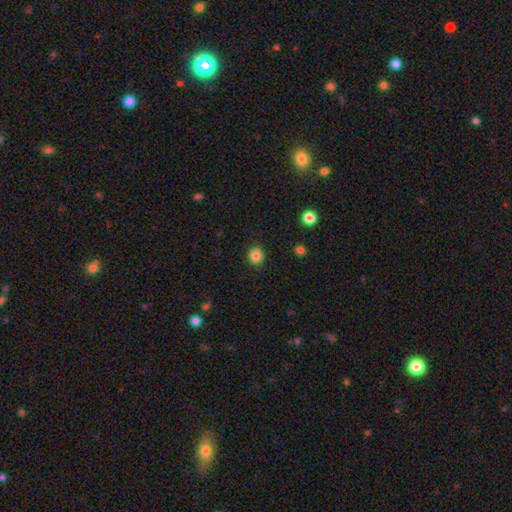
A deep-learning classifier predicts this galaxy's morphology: A smooth galaxy with no disk features (84%) that is round (89%). Merging: none (90%).